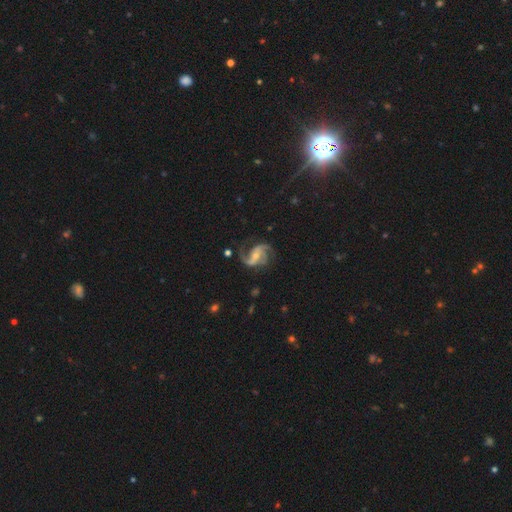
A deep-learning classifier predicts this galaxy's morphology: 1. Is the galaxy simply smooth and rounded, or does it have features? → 91% featured or disk, 5% star or artifact, 4% smooth.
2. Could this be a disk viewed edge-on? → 98% no, 2% yes.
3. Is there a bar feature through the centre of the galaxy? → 41% no, 38% weak, 22% strong.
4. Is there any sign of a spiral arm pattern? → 98% yes, 2% no.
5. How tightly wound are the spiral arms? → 55% medium, 29% loose, 16% tight.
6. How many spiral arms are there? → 43% 2, 39% 3, 6% can't tell, 5% 4, 4% 1, 4% more than 4.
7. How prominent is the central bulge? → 54% small, 38% moderate, 4% none, 2% large, 1% dominant.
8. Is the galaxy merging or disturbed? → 67% none, 18% minor disturbance, 13% major disturbance, 2% merger.